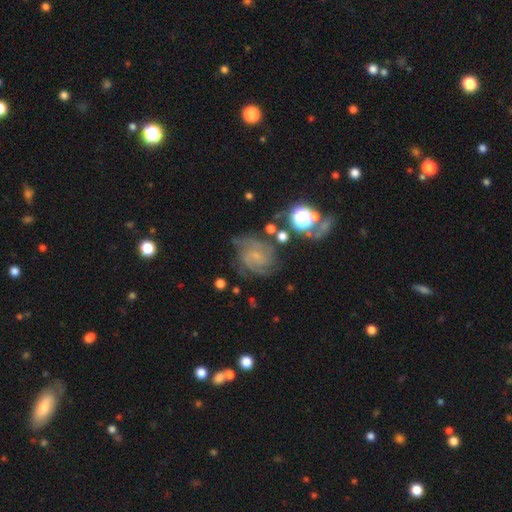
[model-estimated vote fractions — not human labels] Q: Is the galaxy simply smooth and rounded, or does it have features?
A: featured or disk — 78%.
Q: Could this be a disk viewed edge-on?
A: no — 98%.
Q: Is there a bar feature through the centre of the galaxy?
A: no — 51%.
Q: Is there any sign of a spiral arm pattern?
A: yes — 95%.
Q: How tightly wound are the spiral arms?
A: tight — 51%.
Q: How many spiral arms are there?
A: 2 — 28%.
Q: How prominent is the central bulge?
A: small — 65%.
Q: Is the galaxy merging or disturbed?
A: none — 62%.